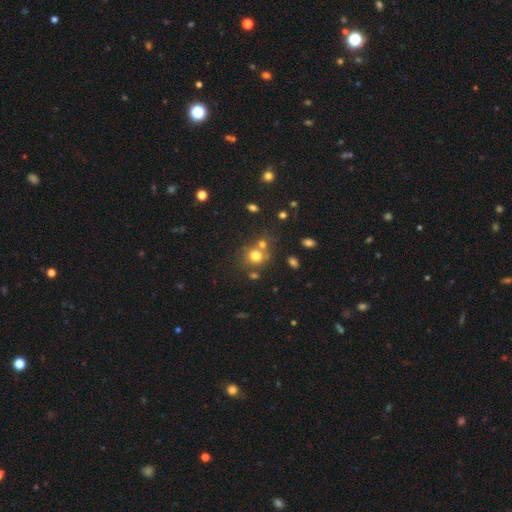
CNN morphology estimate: smooth-or-featured: smooth: 73% | star or artifact: 16% | featured or disk: 11%
  how-rounded: round: 80% | in between: 19% | cigar-shaped: 1%
  merging: none: 57% | merger: 29% | minor disturbance: 10% | major disturbance: 4%